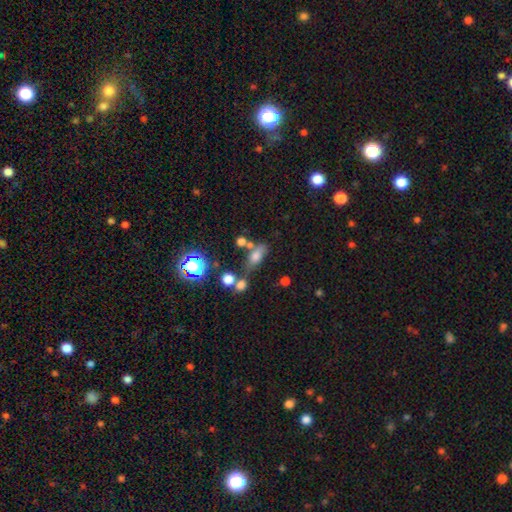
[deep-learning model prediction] This is likely a smooth galaxy (69%). How rounded: likely in between (70%). Merging: possibly none (51%).